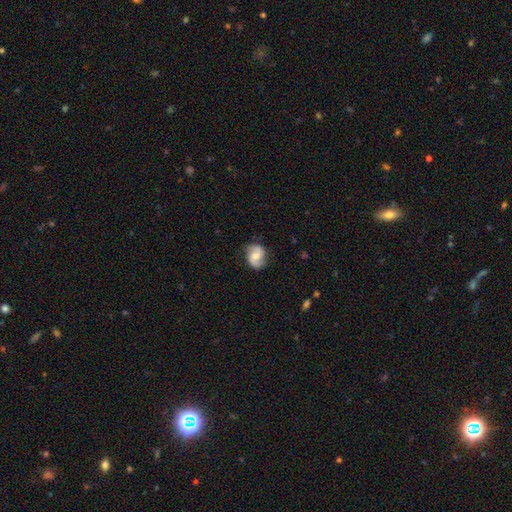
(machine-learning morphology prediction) Overall: featured or disk (68%). Edge-on disk: no (98%). Bar: no (51%; weak 39%). Spiral arms: yes (93%). Spiral arm count: 2 (90%). Spiral winding: medium (44%; loose 37%). Bulge size: moderate (56%; small 33%). Merging: none (79%).